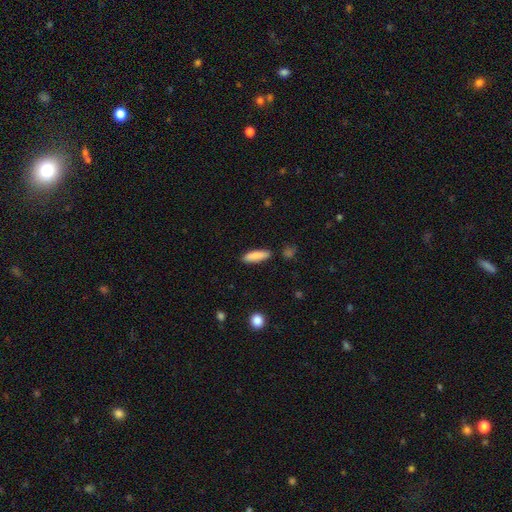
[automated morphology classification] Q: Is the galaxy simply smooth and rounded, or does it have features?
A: smooth — 86%.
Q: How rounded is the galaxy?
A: cigar-shaped — 58%.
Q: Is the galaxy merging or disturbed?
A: none — 87%.